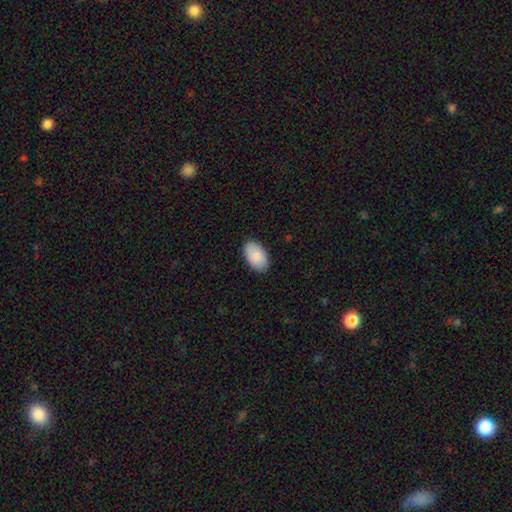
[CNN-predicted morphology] Smooth or featured? smooth (88%)
How rounded? in between (95%)
Merging? none (87%)